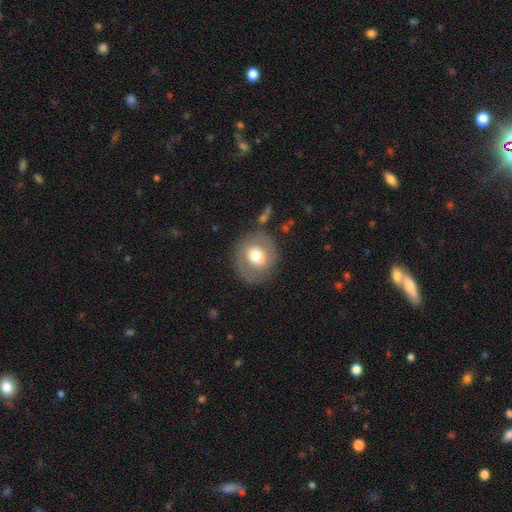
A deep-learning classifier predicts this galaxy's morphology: Smooth or featured: smooth — 55% (featured or disk — 37%)
How rounded: round — 77% (in between — 22%)
Merging: none — 78% (minor disturbance — 12%)